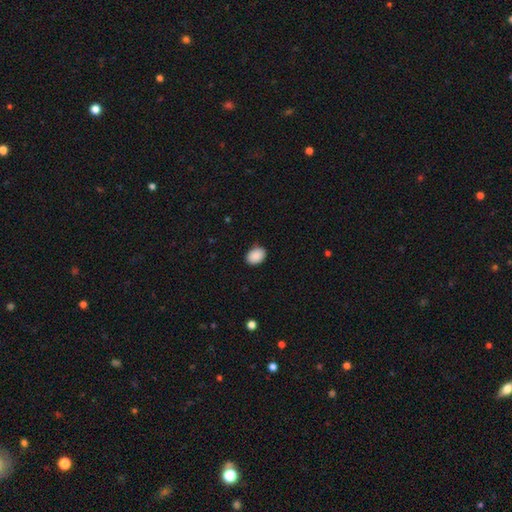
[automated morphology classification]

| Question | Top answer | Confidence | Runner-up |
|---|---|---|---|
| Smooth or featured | smooth | 90% | star or artifact (7%) |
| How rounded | in between | 74% | round (25%) |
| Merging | none | 87% | minor disturbance (10%) |